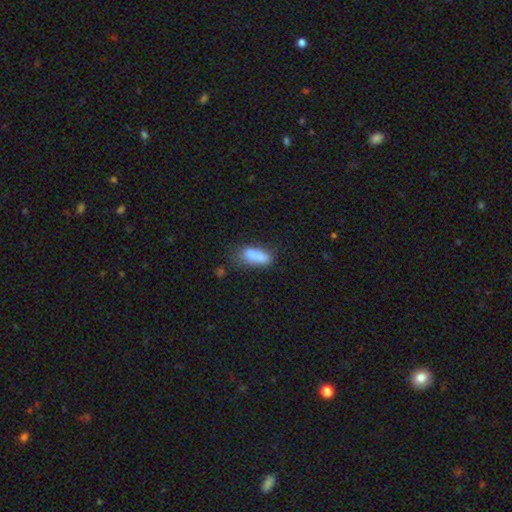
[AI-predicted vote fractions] The model was most divided on "merging": none: 43%, minor disturbance: 27%, merger: 16%, major disturbance: 13%. More confident: smooth or featured — smooth (79%); how rounded — in between (73%).